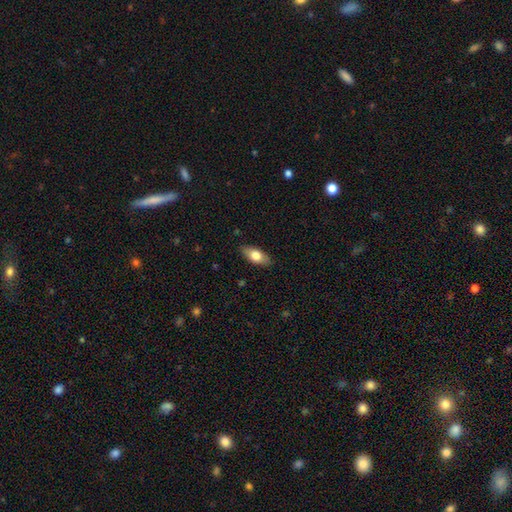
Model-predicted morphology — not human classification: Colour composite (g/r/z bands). It shows a smooth galaxy with no disk features (73%) that is in between round and cigar-shaped (85%). Merging: none (86%).